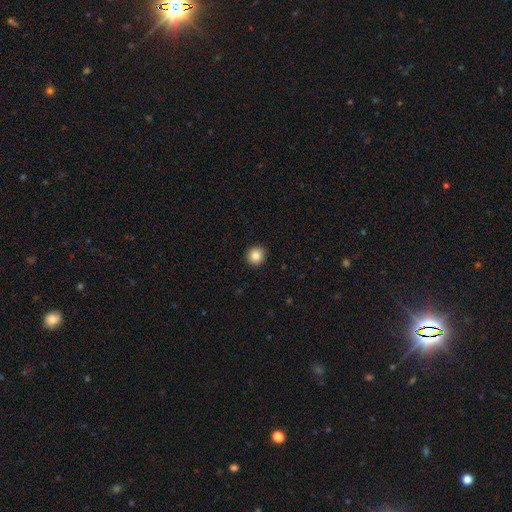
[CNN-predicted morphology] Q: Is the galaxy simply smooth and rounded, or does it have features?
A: smooth — 86%.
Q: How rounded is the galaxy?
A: round — 93%.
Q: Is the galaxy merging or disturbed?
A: none — 92%.